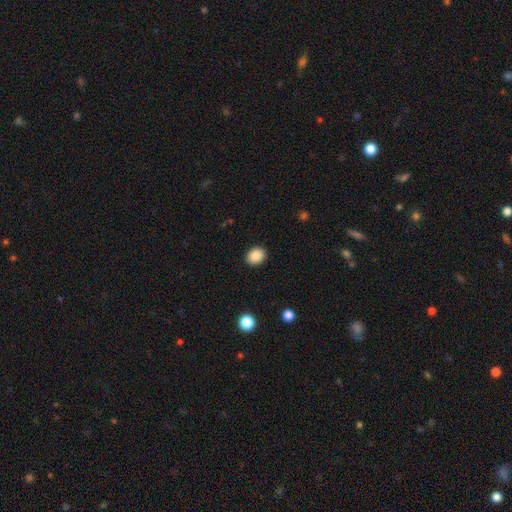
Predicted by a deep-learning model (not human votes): smooth_or_featured: smooth (p=0.88) [alt: star or artifact p=0.08]
how_rounded: in between (p=0.51) [alt: round p=0.48]
merging: none (p=0.91) [alt: minor disturbance p=0.06]